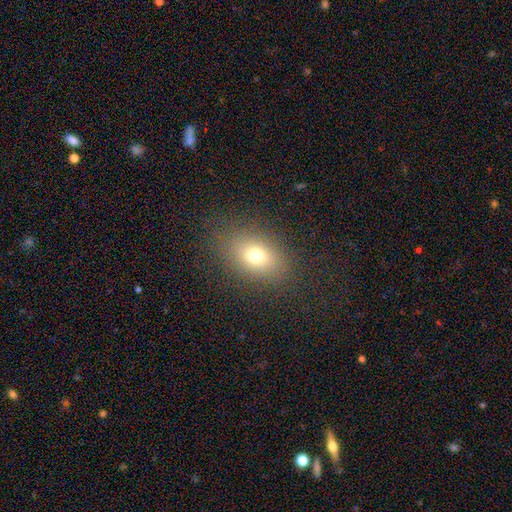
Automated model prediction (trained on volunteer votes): smooth-or-featured: smooth: 72% | star or artifact: 15% | featured or disk: 13%
  how-rounded: in between: 73% | round: 26% | cigar-shaped: 2%
  merging: none: 83% | minor disturbance: 10% | major disturbance: 6% | merger: 1%